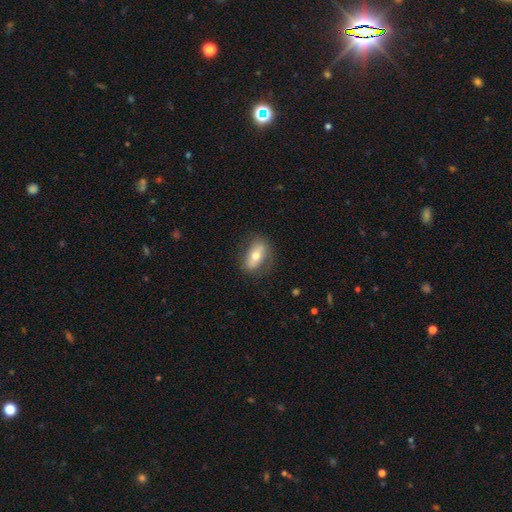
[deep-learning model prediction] Smooth or featured: smooth — 58% (featured or disk — 35%)
How rounded: in between — 82% (cigar-shaped — 10%)
Merging: none — 74% (minor disturbance — 18%)